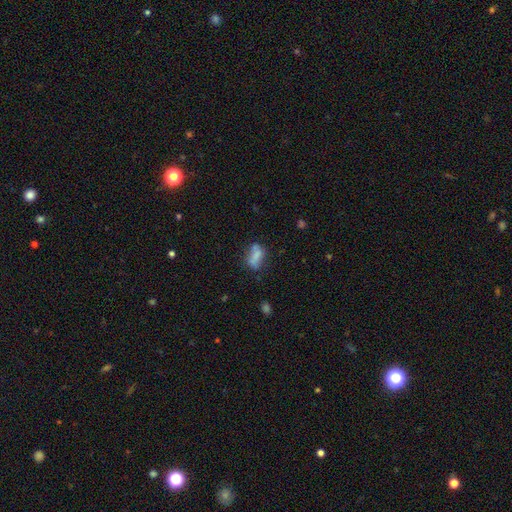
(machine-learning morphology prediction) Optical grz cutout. It shows a smooth galaxy with no disk features (64%) that is in between round and cigar-shaped (77%). Merging: none (45%).